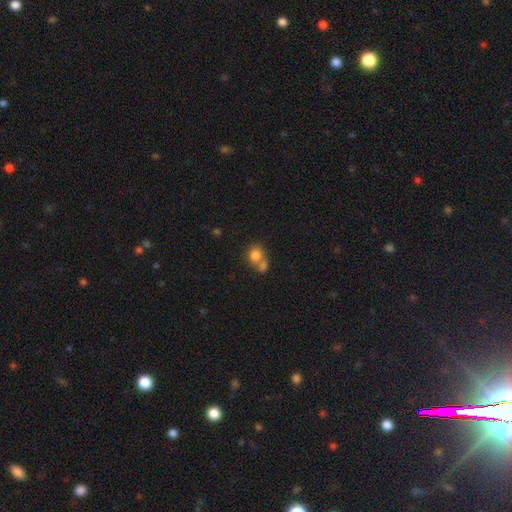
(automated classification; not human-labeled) This appears to be a smooth galaxy with no disk features (80%) that is round (72%). Merging: merger (51%).